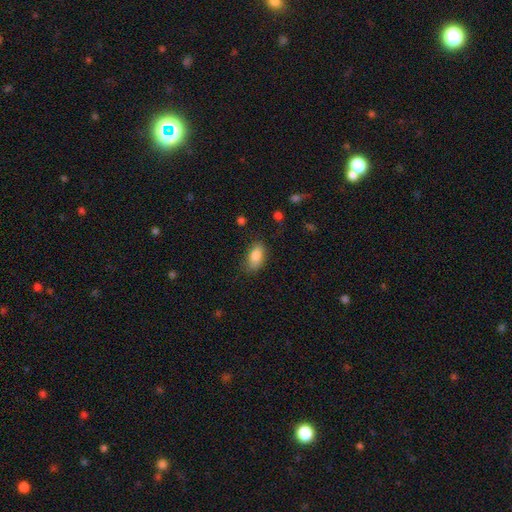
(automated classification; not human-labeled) Smooth or featured: smooth — 85% (featured or disk — 8%)
How rounded: in between — 90% (round — 6%)
Merging: none — 72% (minor disturbance — 21%)